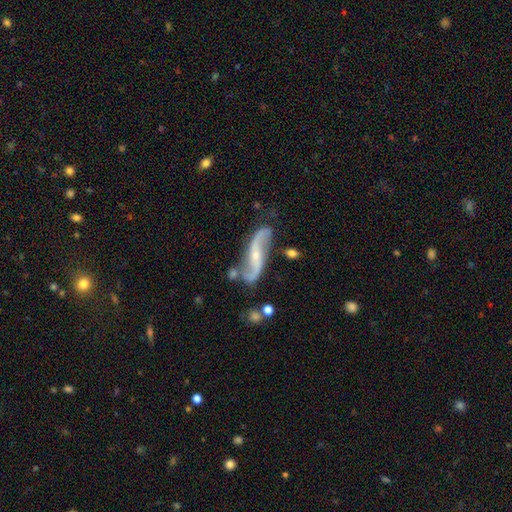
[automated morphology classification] smooth-or-featured: featured or disk: 88% | smooth: 7% | star or artifact: 5%
  disk-edge-on: no: 92% | yes: 8%
    bar: no: 47% | weak: 29% | strong: 24%
    has-spiral-arms: yes: 97% | no: 3%
      spiral-winding: loose: 70% | medium: 23% | tight: 7%
      spiral-arm-count: 2: 93% | can't tell: 2% | 1: 2% | 3: 1% | 4: 1% | more than 4: 1%
    bulge-size: small: 68% | moderate: 26% | none: 4% | large: 1% | dominant: 1%
  merging: none: 67% | minor disturbance: 18% | merger: 8% | major disturbance: 7%